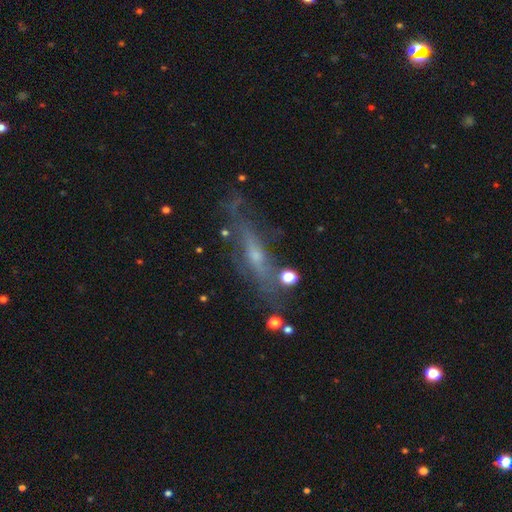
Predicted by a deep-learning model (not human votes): Smooth or featured? featured or disk (65%)
Edge-on disk? yes (62%)
Merging? none (64%)